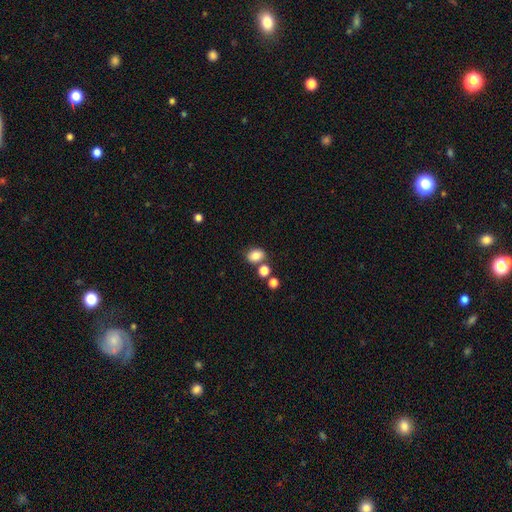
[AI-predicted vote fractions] This appears to be a smooth galaxy with no disk features (83%) that is in between round and cigar-shaped (61%). Merging: none (67%).